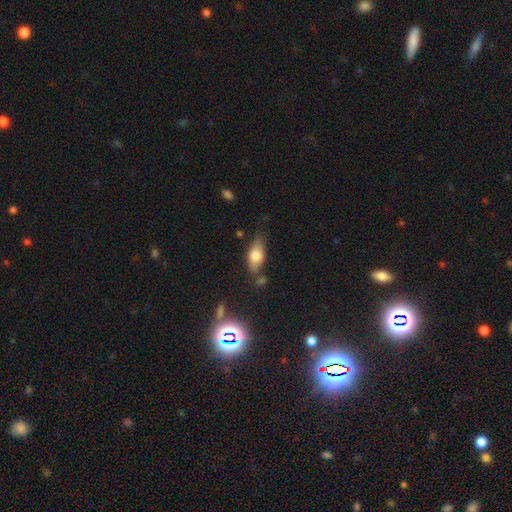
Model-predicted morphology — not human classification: Overall: smooth (72%). How rounded: in between (83%). Merging: none (67%).